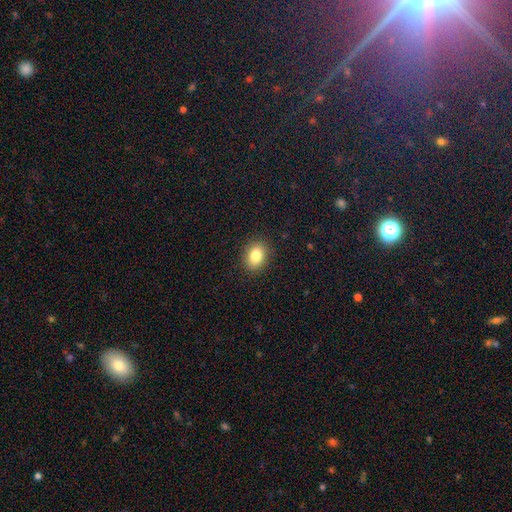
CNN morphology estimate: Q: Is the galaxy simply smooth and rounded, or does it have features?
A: smooth — 84%.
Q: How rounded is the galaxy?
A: in between — 61%.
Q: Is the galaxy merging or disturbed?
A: none — 89%.